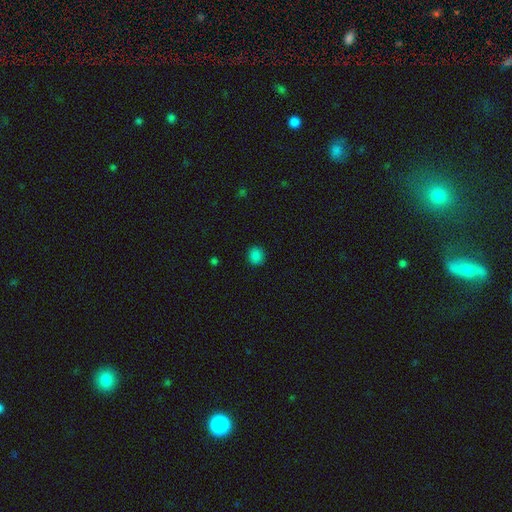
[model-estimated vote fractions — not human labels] This appears to be a smooth galaxy with no disk features (85%) that is round (81%). Merging: none (90%).